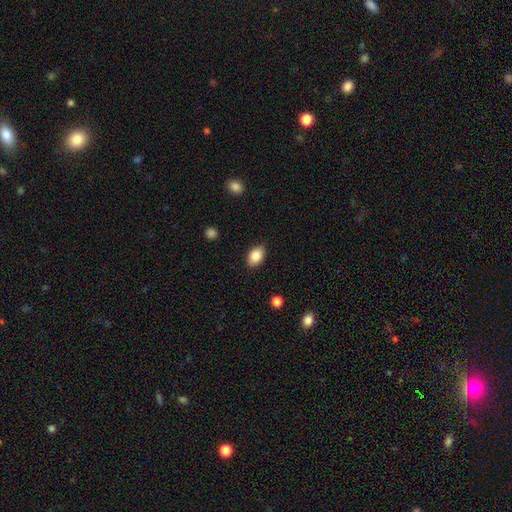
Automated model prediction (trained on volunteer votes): The model was most divided on "how rounded": in between: 85%, round: 14%, cigar-shaped: 1%. More confident: merging — none (87%); smooth or featured — smooth (86%).